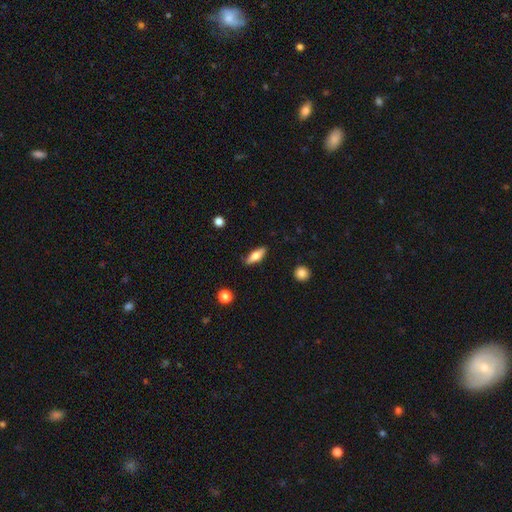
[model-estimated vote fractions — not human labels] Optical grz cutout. It shows a smooth galaxy with no disk features (68%) that is in between round and cigar-shaped (61%). Merging: none (83%).